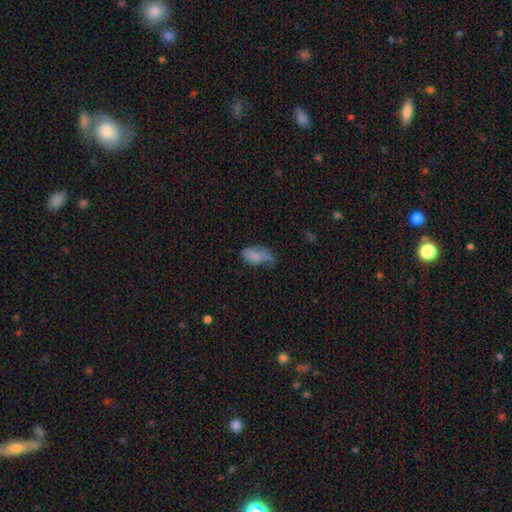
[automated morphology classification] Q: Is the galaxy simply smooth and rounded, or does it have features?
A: smooth — 72%.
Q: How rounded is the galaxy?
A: in between — 90%.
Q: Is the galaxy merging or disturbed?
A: minor disturbance — 35%.